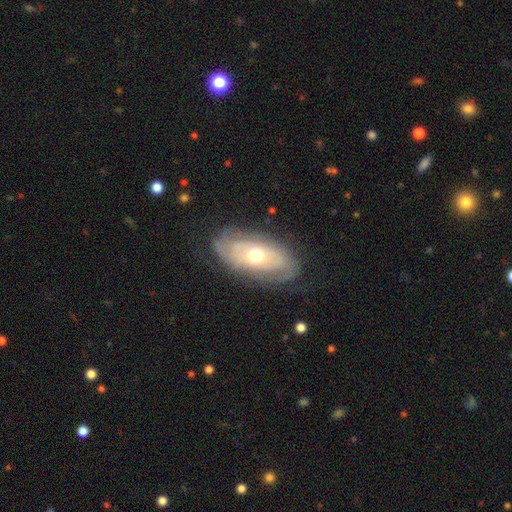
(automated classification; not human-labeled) A featured or disk galaxy (66%) with no bar (81%), spiral arms (64%) and a moderate central bulge (73%). Merging: none (71%).